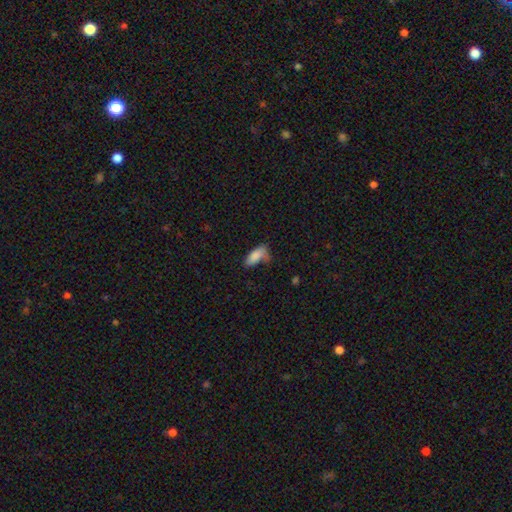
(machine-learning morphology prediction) A smooth galaxy with no disk features (84%) that is in between round and cigar-shaped (81%). Merging: none (47%).